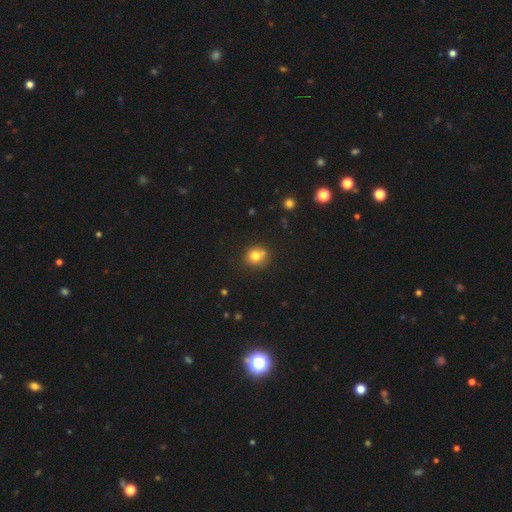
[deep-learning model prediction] smooth_or_featured: smooth (p=0.77) [alt: star or artifact p=0.13]
how_rounded: round (p=0.82) [alt: in between p=0.17]
merging: none (p=0.64) [alt: merger p=0.18]